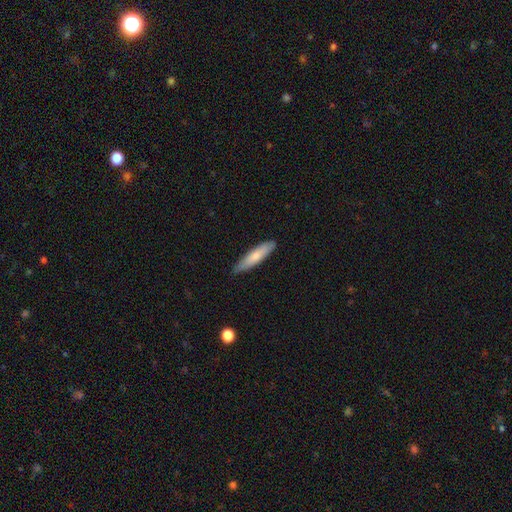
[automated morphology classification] Q: Smooth or featured?
A: smooth (72%); runner-up: featured or disk (23%)
Q: How rounded?
A: cigar-shaped (76%); runner-up: in between (23%)
Q: Merging?
A: none (82%); runner-up: minor disturbance (15%)